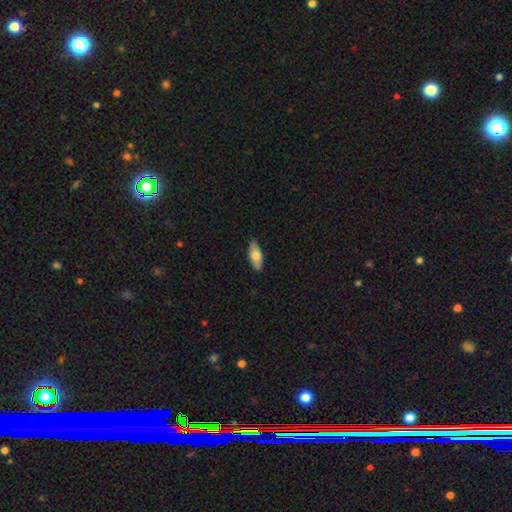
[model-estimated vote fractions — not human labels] This is likely a smooth galaxy (68%). How rounded: likely in between (78%). Merging: clearly none (88%).